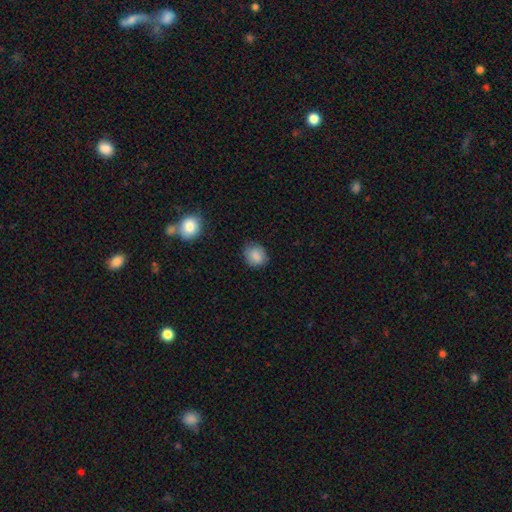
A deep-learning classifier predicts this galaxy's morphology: smooth_or_featured: smooth (p=0.85) [alt: star or artifact p=0.09]
how_rounded: round (p=0.68) [alt: in between p=0.31]
merging: none (p=0.77) [alt: minor disturbance p=0.18]